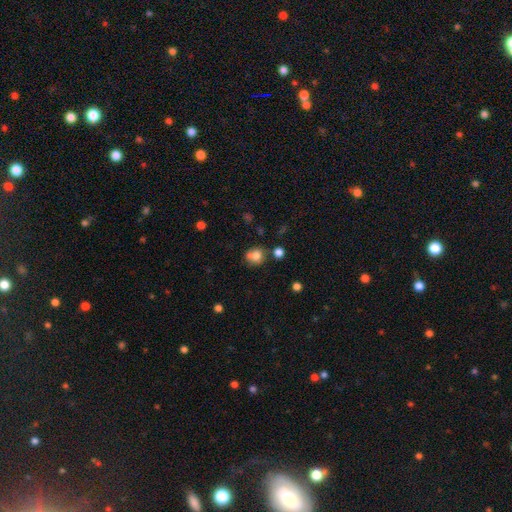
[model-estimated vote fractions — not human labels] This is likely a smooth galaxy (76%). How rounded: likely round (75%). Merging: possibly none (55%).